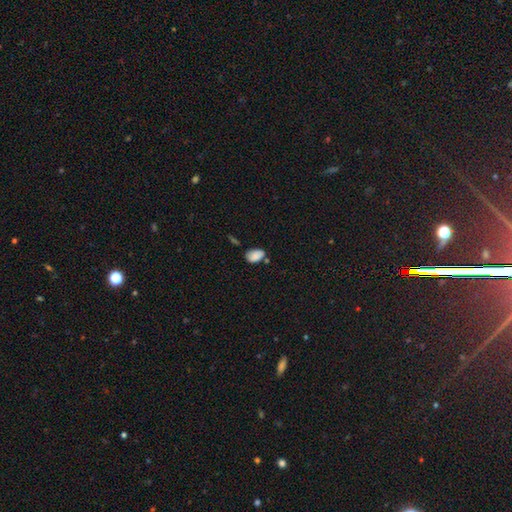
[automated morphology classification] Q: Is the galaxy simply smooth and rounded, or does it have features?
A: smooth — 83%.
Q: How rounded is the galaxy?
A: in between — 87%.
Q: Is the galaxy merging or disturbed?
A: none — 60%.